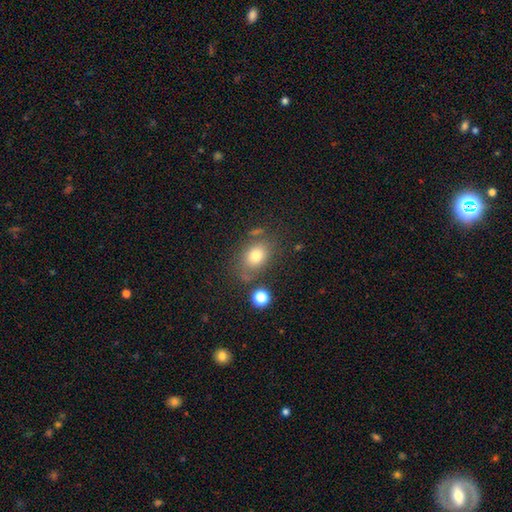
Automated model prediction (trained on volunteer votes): This is likely a smooth galaxy (77%). How rounded: likely in between (70%). Merging: likely none (68%).